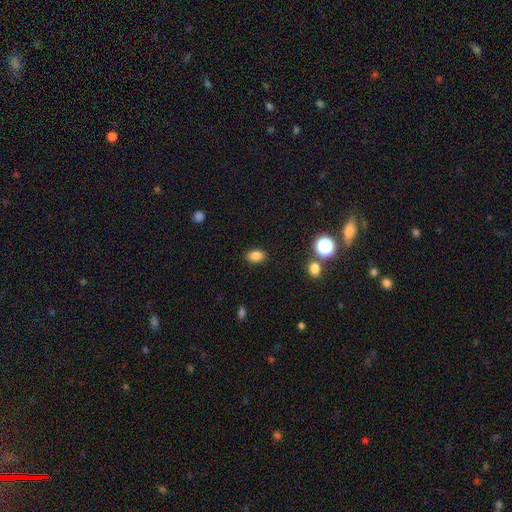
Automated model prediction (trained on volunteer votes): This appears to be a smooth galaxy with no disk features (84%) that is in between round and cigar-shaped (82%). Merging: none (87%).